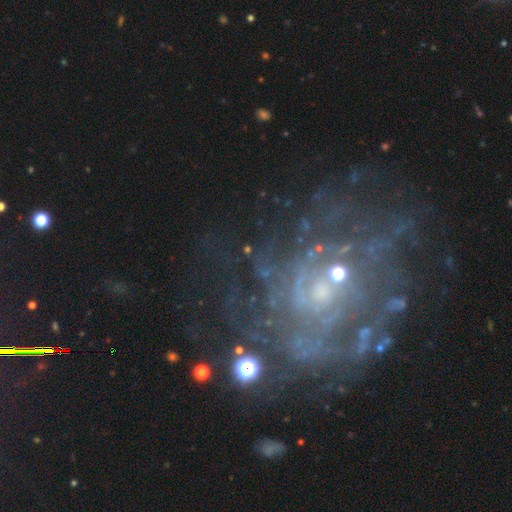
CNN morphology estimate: This appears to be a featured or disk galaxy (76%) with no bar (69%), tight (54%) spiral arms (77%) and a small central bulge (68%). Merging: none (61%).